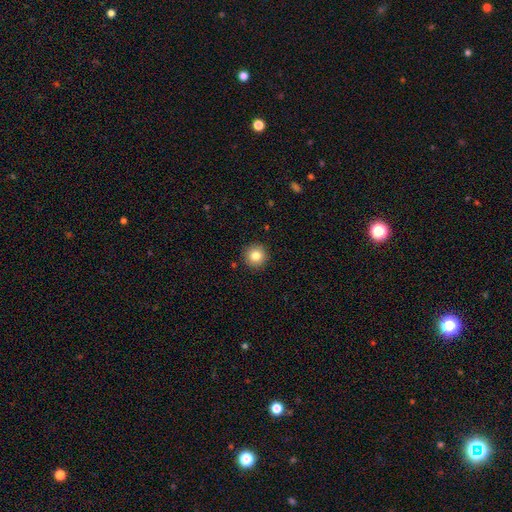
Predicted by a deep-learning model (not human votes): Morphology: type=smooth (82%); roundness=round (96%); merging=none (92%).